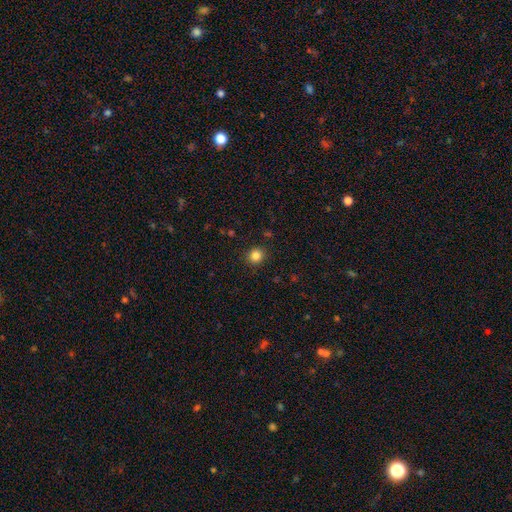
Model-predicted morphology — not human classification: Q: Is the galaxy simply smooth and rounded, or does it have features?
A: smooth — 84%.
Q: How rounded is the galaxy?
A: round — 89%.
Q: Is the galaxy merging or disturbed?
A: none — 90%.